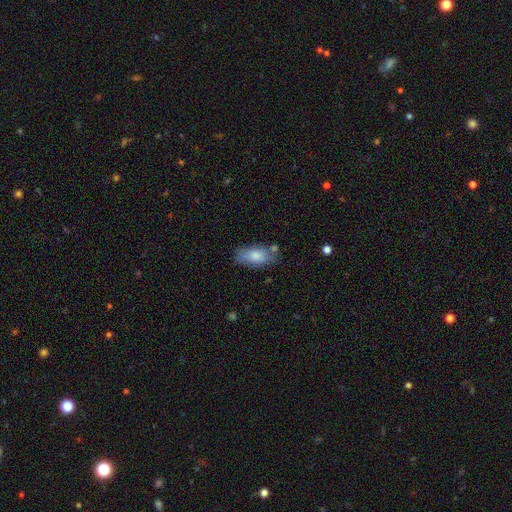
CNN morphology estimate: A smooth galaxy with no disk features (80%) that is in between round and cigar-shaped (90%).

Vote fractions:
- Smooth or featured? smooth: 80% / featured or disk: 14% / star or artifact: 6%
- How rounded? in between: 90% / cigar-shaped: 7% / round: 3%
- Merging? none: 67% / minor disturbance: 21% / merger: 7% / major disturbance: 5%